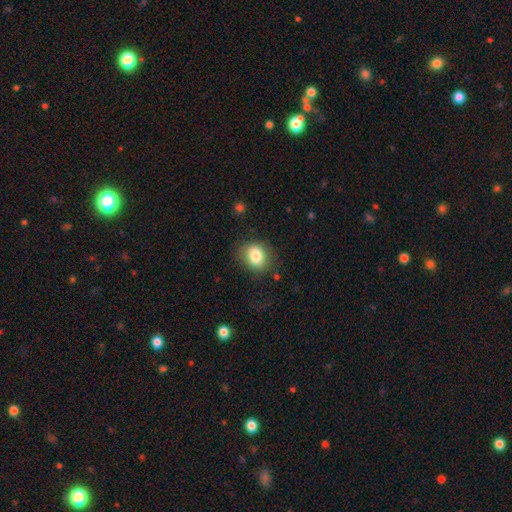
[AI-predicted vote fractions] Morphology: type=smooth (82%); roundness=round (51%); merging=none (78%).